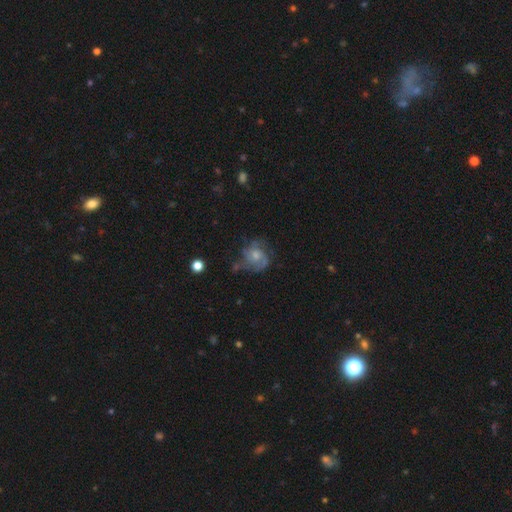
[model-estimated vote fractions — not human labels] Q: Smooth or featured?
A: featured or disk (62%); runner-up: smooth (29%)
Q: Edge-on disk?
A: no (98%); runner-up: yes (2%)
Q: Bar?
A: no (76%); runner-up: weak (22%)
Q: Spiral arms?
A: yes (79%); runner-up: no (21%)
Q: Bulge size?
A: moderate (48%); runner-up: small (35%)
Q: Merging?
A: none (49%); runner-up: minor disturbance (25%)